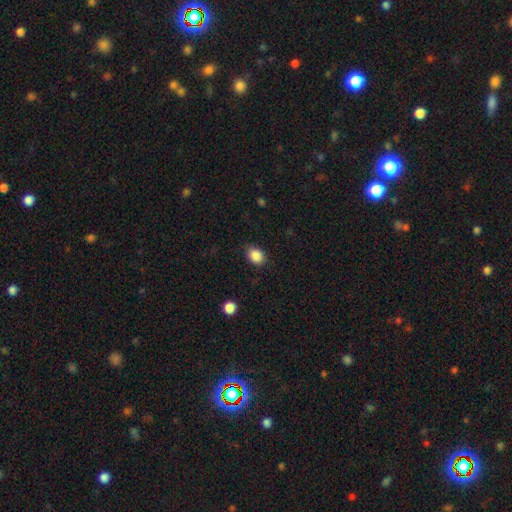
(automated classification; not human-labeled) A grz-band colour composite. It shows a smooth galaxy with no disk features (87%) that is in between round and cigar-shaped (60%). Merging: none (83%).